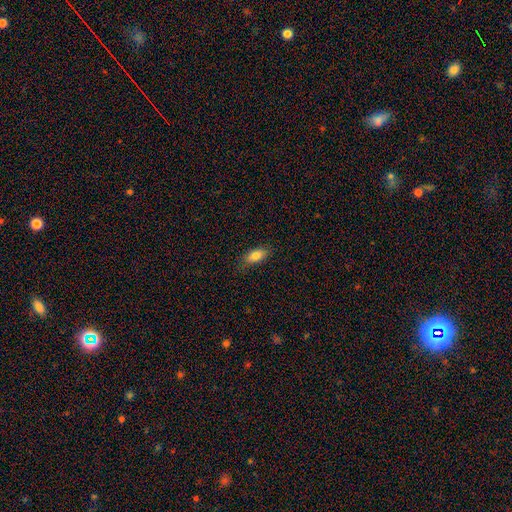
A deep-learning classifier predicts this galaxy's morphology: smooth_or_featured: smooth (p=0.83) [alt: featured or disk p=0.10]
how_rounded: in between (p=0.87) [alt: cigar-shaped p=0.09]
merging: none (p=0.80) [alt: minor disturbance p=0.15]